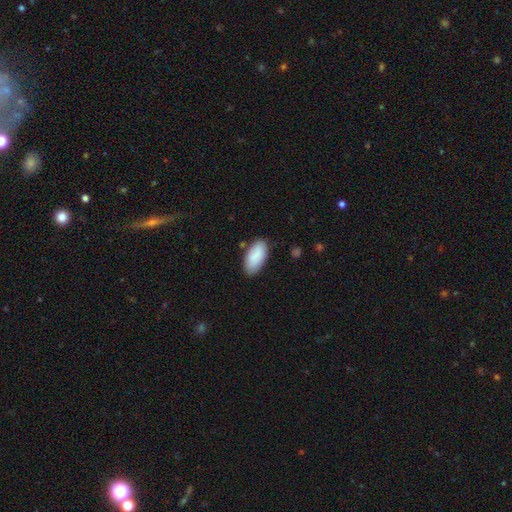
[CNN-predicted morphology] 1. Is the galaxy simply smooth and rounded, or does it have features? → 88% smooth, 7% featured or disk, 6% star or artifact.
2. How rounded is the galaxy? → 93% in between, 5% cigar-shaped, 2% round.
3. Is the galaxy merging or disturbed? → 80% none, 15% minor disturbance, 3% major disturbance, 2% merger.